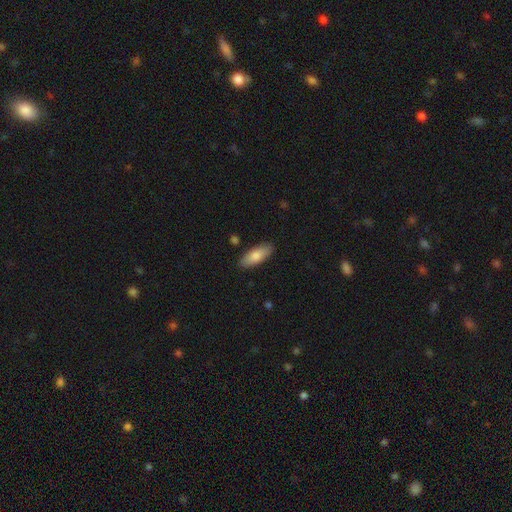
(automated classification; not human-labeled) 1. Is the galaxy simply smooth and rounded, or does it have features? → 79% smooth, 15% featured or disk, 6% star or artifact.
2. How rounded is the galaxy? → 77% in between, 22% cigar-shaped, 2% round.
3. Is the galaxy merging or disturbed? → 87% none, 10% minor disturbance, 2% major disturbance, 2% merger.